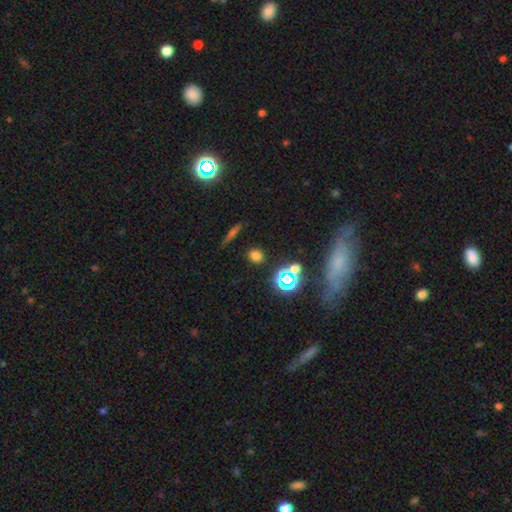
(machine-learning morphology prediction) type=smooth (70%); roundness=round (77%); merging=none (86%).